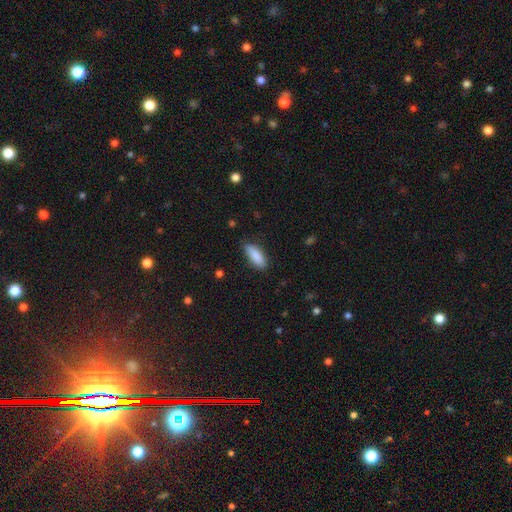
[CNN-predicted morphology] This is clearly a smooth galaxy (87%). How rounded: likely in between (64%). Merging: clearly none (83%).